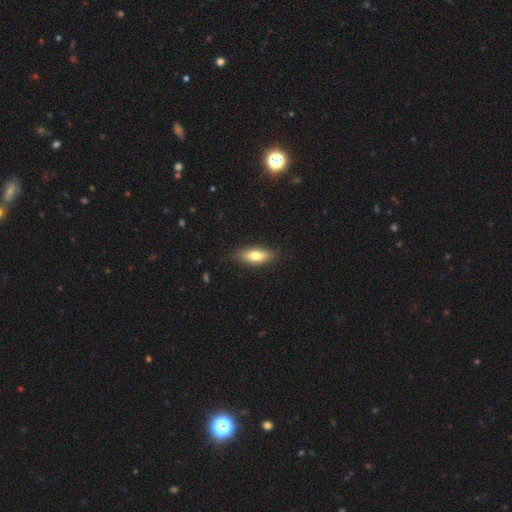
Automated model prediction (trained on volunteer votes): Q: Smooth or featured?
A: smooth (71%); runner-up: featured or disk (23%)
Q: How rounded?
A: in between (73%); runner-up: cigar-shaped (24%)
Q: Merging?
A: none (82%); runner-up: minor disturbance (14%)